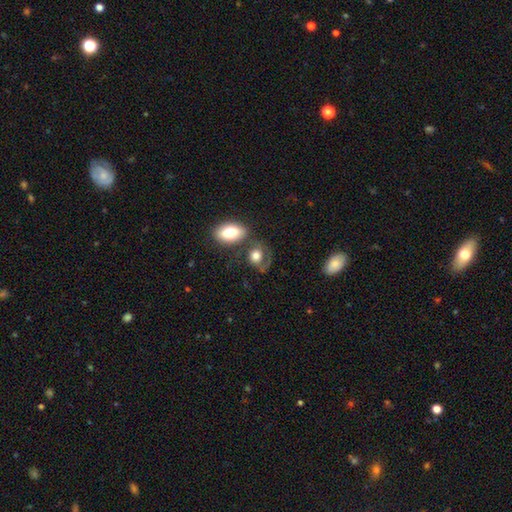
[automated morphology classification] Q: Smooth or featured?
A: smooth (67%); runner-up: featured or disk (25%)
Q: How rounded?
A: in between (51%); runner-up: round (47%)
Q: Merging?
A: none (40%); runner-up: merger (23%)